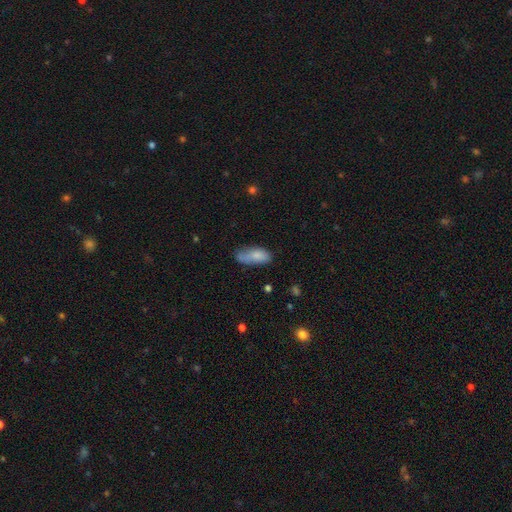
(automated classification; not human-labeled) Smooth or featured: smooth — 79% (featured or disk — 13%)
How rounded: in between — 81% (cigar-shaped — 16%)
Merging: none — 42% (minor disturbance — 33%)